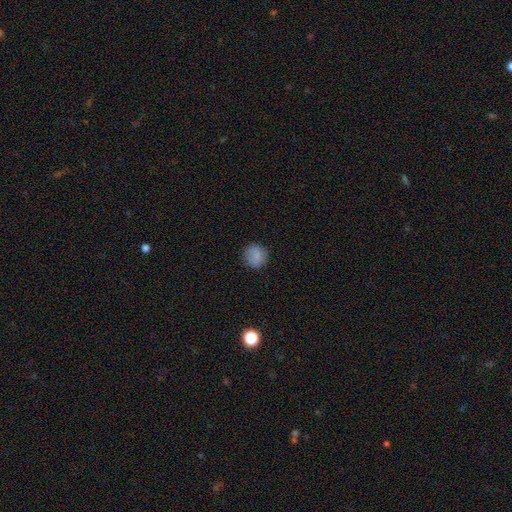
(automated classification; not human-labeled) A smooth galaxy with no disk features (85%) that is round (91%).

Vote fractions:
- Smooth or featured? smooth: 85% / star or artifact: 10% / featured or disk: 5%
- How rounded? round: 91% / in between: 8% / cigar-shaped: 1%
- Merging? none: 87% / minor disturbance: 10% / major disturbance: 3% / merger: 1%